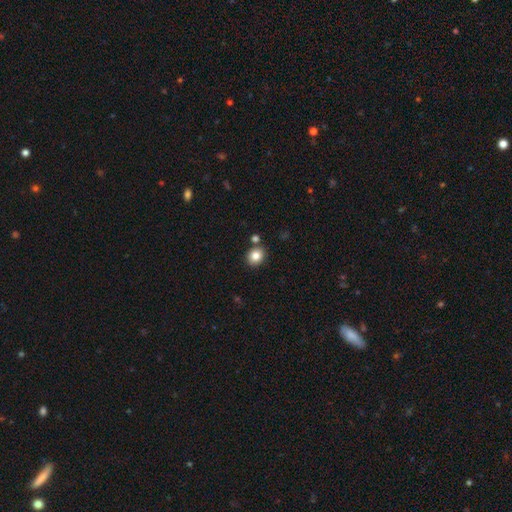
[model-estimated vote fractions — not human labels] Morphology: type=smooth (84%); roundness=round (67%); merging=none (81%).